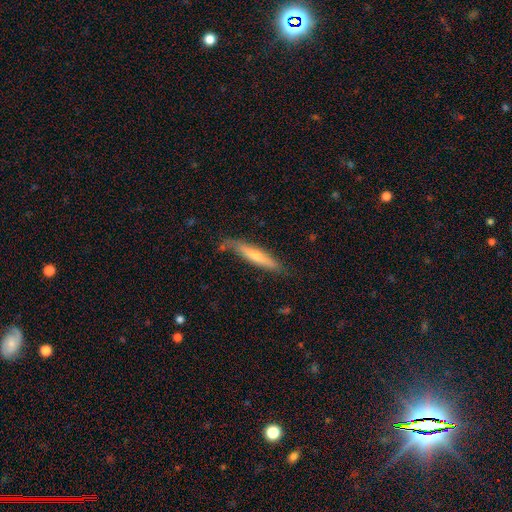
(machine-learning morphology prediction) Smooth or featured? Predicted: smooth (p=0.50). Merging? Predicted: none (p=0.71).